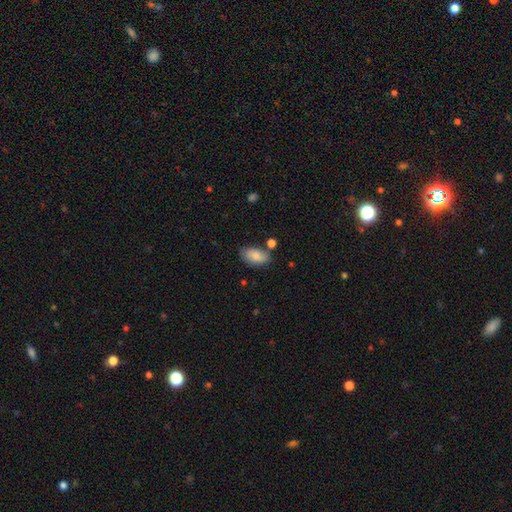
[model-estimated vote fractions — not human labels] Morphology: type=smooth (81%); roundness=in between (93%); merging=none (69%).